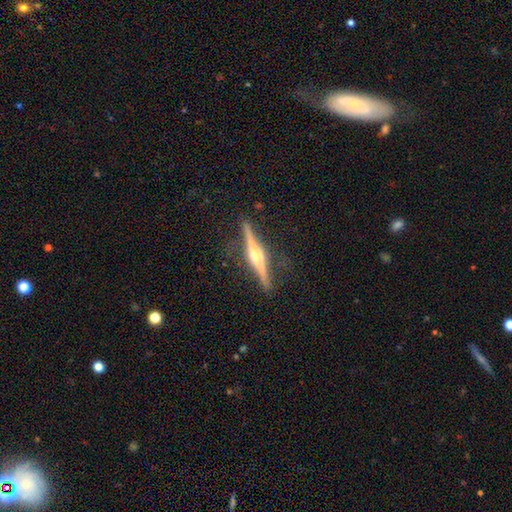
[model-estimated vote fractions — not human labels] This appears to be a featured or disk galaxy (82%) viewed edge-on (97%) with a rounded central bulge (83%). Merging: none (86%).